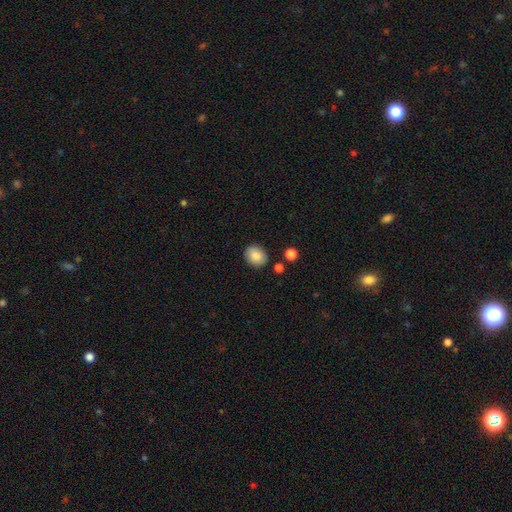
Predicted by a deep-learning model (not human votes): Smooth or featured: smooth — 85% (star or artifact — 8%)
How rounded: round — 50% (in between — 49%)
Merging: none — 85% (minor disturbance — 10%)